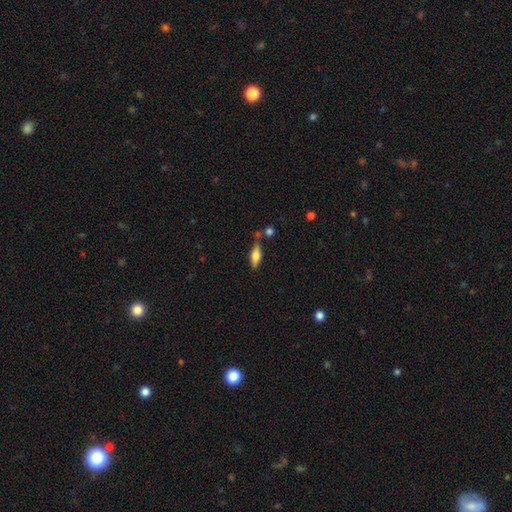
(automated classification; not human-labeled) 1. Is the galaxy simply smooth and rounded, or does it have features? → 65% smooth, 27% featured or disk, 7% star or artifact.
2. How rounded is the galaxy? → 61% in between, 36% cigar-shaped, 3% round.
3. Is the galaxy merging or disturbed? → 70% none, 15% minor disturbance, 10% merger, 4% major disturbance.